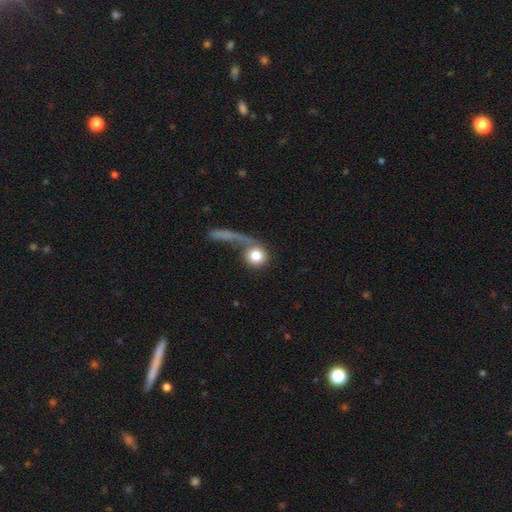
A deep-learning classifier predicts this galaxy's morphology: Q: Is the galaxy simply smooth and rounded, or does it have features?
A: smooth — 73%.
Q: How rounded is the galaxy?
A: round — 84%.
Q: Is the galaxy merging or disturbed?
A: major disturbance — 36%.